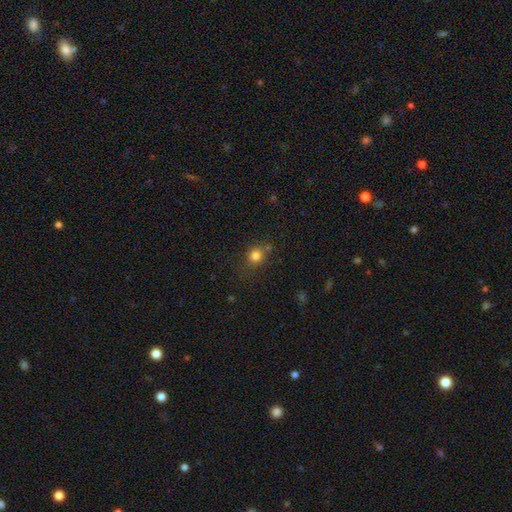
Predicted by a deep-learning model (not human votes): Smooth or featured: smooth — 81% (star or artifact — 13%)
How rounded: round — 84% (in between — 15%)
Merging: none — 73% (minor disturbance — 15%)